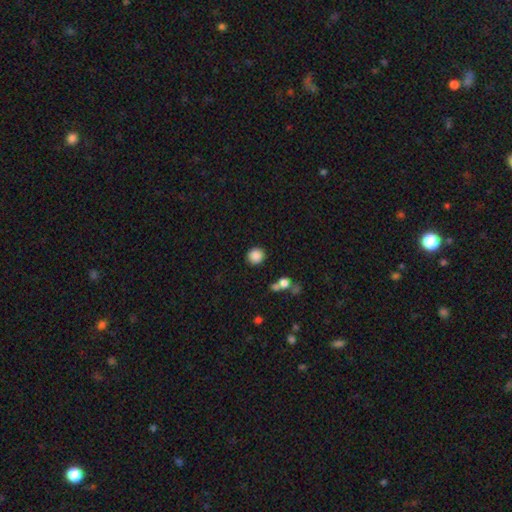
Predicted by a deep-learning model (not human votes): A smooth galaxy with no disk features (87%) that is round (90%). Merging: none (85%).